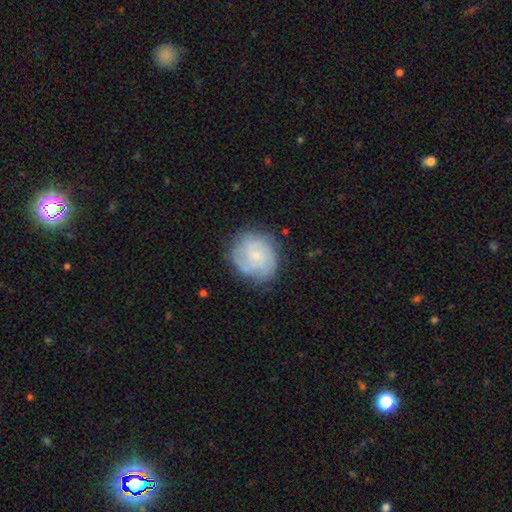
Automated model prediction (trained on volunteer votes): smooth_or_featured: featured or disk (p=0.55) [alt: smooth p=0.38]
disk_edge_on: no (p=0.98) [alt: yes p=0.02]
bar: no (p=0.75) [alt: weak p=0.23]
has_spiral_arms: yes (p=0.85) [alt: no p=0.15]
bulge_size: small (p=0.68) [alt: moderate p=0.22]
merging: none (p=0.73) [alt: minor disturbance p=0.19]